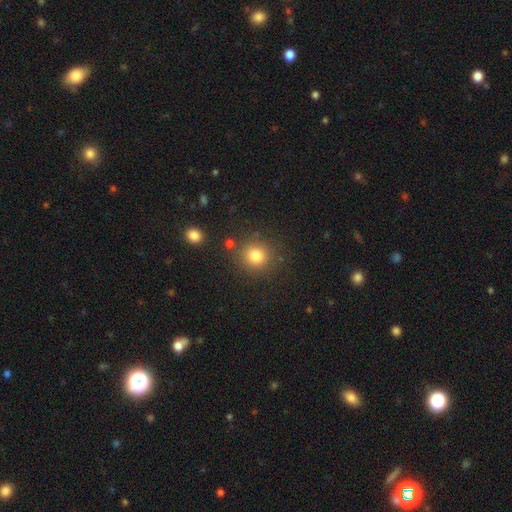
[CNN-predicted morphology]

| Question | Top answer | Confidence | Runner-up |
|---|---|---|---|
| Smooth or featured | smooth | 81% | star or artifact (13%) |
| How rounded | round | 90% | in between (9%) |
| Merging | none | 83% | minor disturbance (8%) |